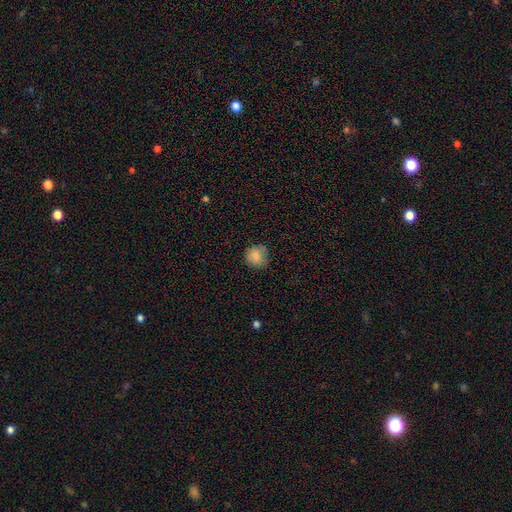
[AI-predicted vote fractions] Morphology: type=smooth (85%); roundness=round (89%); merging=none (80%).